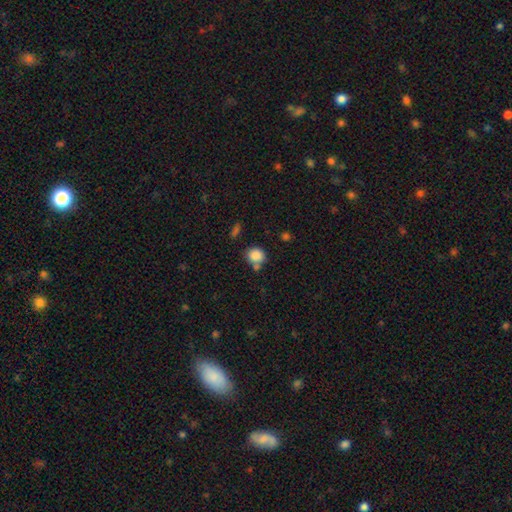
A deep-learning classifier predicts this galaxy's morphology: Smooth or featured: smooth — 85% (star or artifact — 9%)
How rounded: round — 78% (in between — 21%)
Merging: none — 60% (merger — 19%)